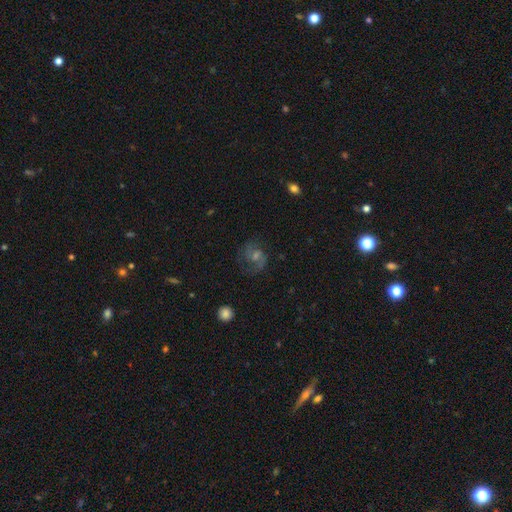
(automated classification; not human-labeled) smooth-or-featured: featured or disk: 63% | smooth: 19% | star or artifact: 18%
  disk-edge-on: no: 97% | yes: 3%
    bar: no: 54% | weak: 39% | strong: 8%
    has-spiral-arms: yes: 90% | no: 10%
      spiral-winding: medium: 52% | loose: 25% | tight: 23%
      spiral-arm-count: 2: 72% | can't tell: 14% | 1: 5% | 3: 5% | 4: 2% | more than 4: 2%
    bulge-size: moderate: 47% | small: 37% | none: 7% | large: 6% | dominant: 2%
  merging: none: 72% | minor disturbance: 16% | major disturbance: 11% | merger: 2%